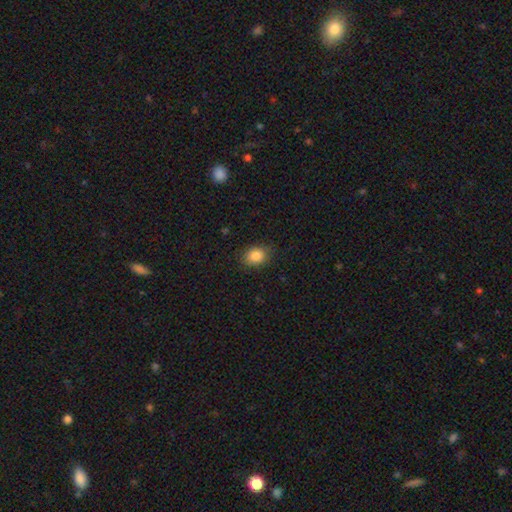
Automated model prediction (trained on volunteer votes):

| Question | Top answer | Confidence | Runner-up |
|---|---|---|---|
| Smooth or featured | smooth | 86% | star or artifact (9%) |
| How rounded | in between | 60% | round (39%) |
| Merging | none | 84% | minor disturbance (12%) |